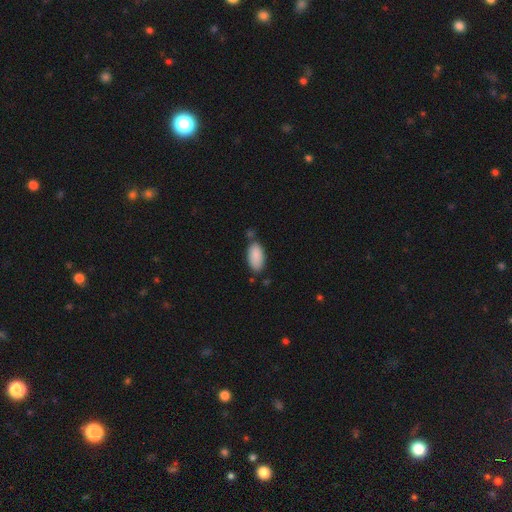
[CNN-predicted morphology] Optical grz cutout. It shows a smooth galaxy with no disk features (88%) that is in between round and cigar-shaped (92%). Merging: none (65%).